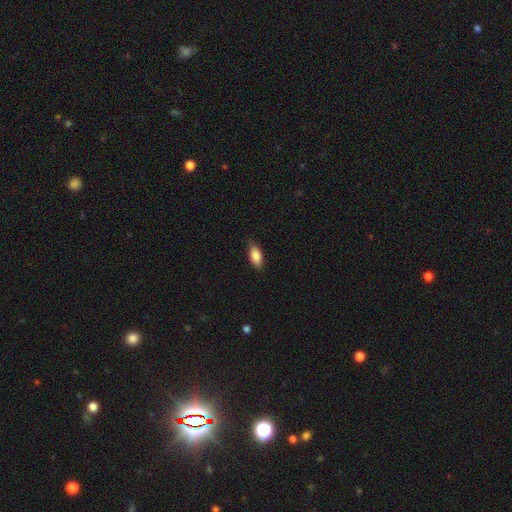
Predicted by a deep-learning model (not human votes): Smooth or featured: smooth — 83% (featured or disk — 11%)
How rounded: in between — 85% (cigar-shaped — 12%)
Merging: none — 77% (minor disturbance — 19%)